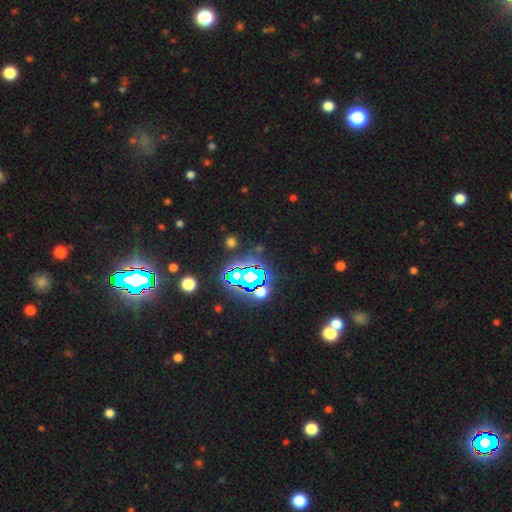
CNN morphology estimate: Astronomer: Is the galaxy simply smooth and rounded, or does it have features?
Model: star or artifact — 82%.